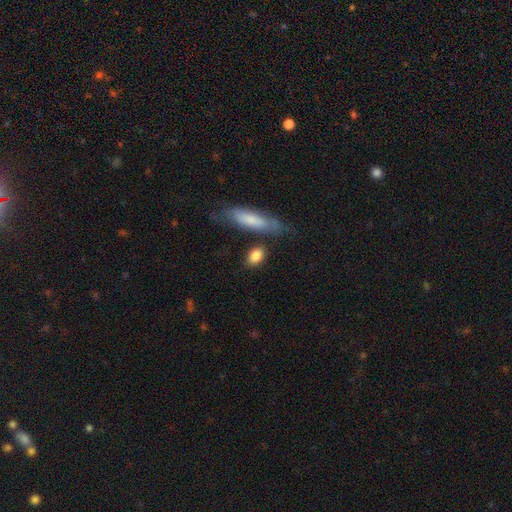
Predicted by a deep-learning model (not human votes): Q: Smooth or featured?
A: smooth (85%); runner-up: featured or disk (9%)
Q: How rounded?
A: in between (77%); runner-up: round (13%)
Q: Merging?
A: none (73%); runner-up: minor disturbance (13%)